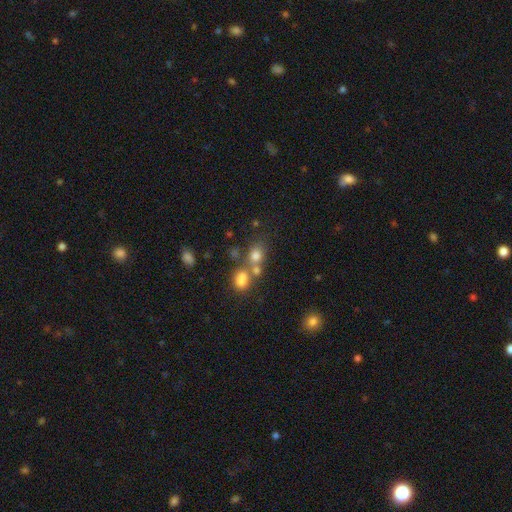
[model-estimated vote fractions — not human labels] Smooth or featured?
  - smooth: 74% *
  - star or artifact: 15%
  - featured or disk: 12%
How rounded?
  - round: 54% *
  - in between: 44%
  - cigar-shaped: 2%
Merging?
  - none: 45% *
  - merger: 38%
  - minor disturbance: 11%
  - major disturbance: 6%